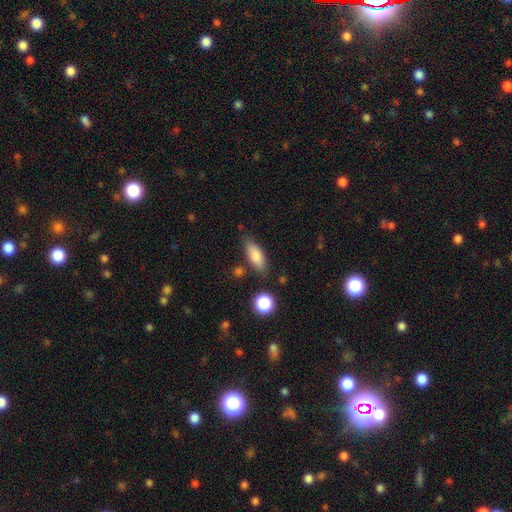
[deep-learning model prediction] smooth_or_featured: smooth (p=0.83) [alt: featured or disk p=0.09]
how_rounded: in between (p=0.73) [alt: cigar-shaped p=0.23]
merging: none (p=0.77) [alt: minor disturbance p=0.15]